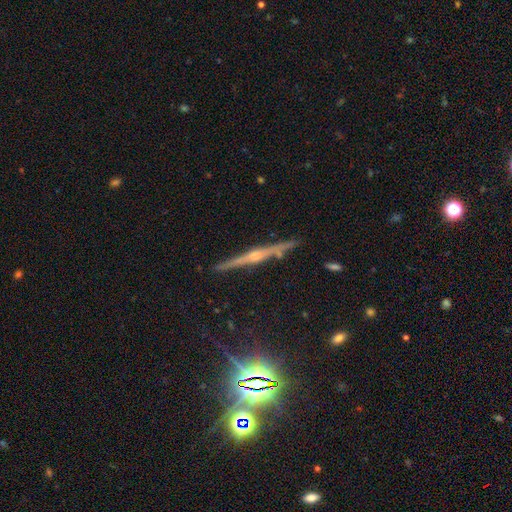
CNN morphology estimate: A featured or disk galaxy (79%) viewed edge-on (98%) with a rounded central bulge (78%).

Vote fractions:
- Smooth or featured? featured or disk: 79% / smooth: 11% / star or artifact: 10%
- Edge-on disk? yes: 98% / no: 2%
- Edge-on bulge? rounded: 78% / none: 12% / boxy: 10%
- Merging? none: 88% / minor disturbance: 9% / major disturbance: 2% / merger: 2%